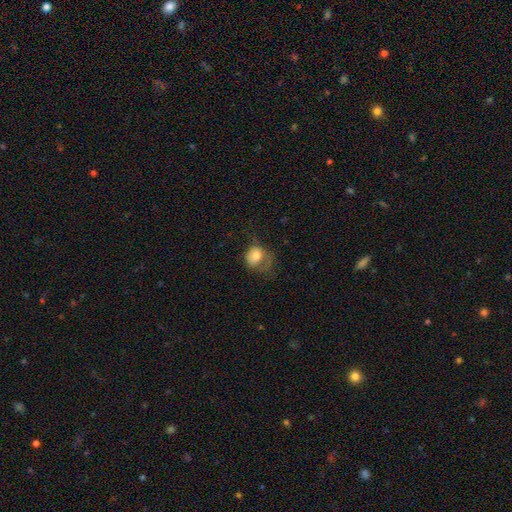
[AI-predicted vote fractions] The model was most divided on "how rounded": round: 50%, in between: 49%, cigar-shaped: 1%. Remaining: smooth or featured — smooth (72%); merging — major disturbance (43%).